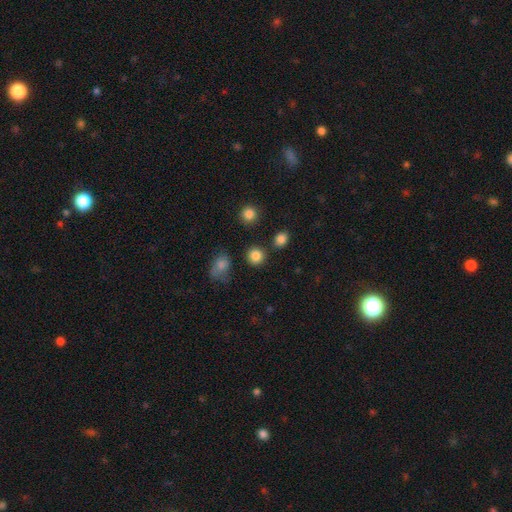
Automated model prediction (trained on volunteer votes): A smooth galaxy with no disk features (84%) that is round (88%).

Vote fractions:
- Smooth or featured? smooth: 84% / star or artifact: 11% / featured or disk: 5%
- How rounded? round: 88% / in between: 11% / cigar-shaped: 1%
- Merging? none: 84% / minor disturbance: 8% / merger: 5% / major disturbance: 3%